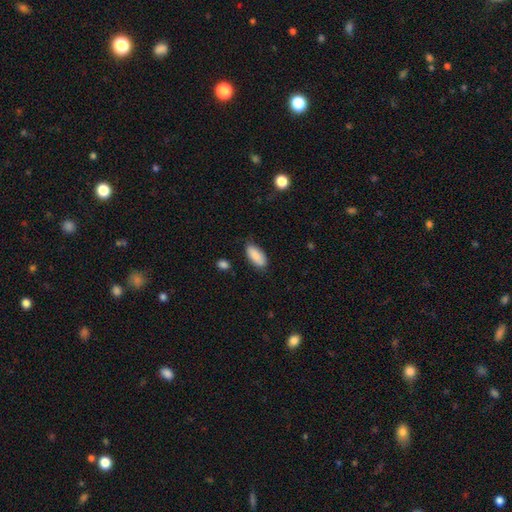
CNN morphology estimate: Overall: smooth (88%). How rounded: in between (89%). Merging: none (79%).